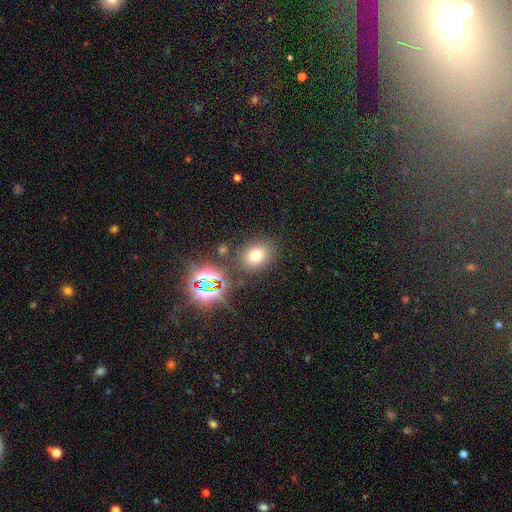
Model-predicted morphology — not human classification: A smooth galaxy with no disk features (68%) that is in between round and cigar-shaped (55%). Merging: none (80%).